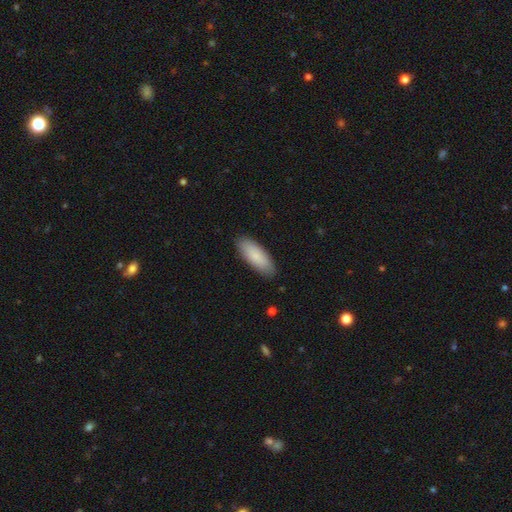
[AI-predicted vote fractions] This is clearly a smooth galaxy (84%). How rounded: likely in between (69%). Merging: clearly none (87%).